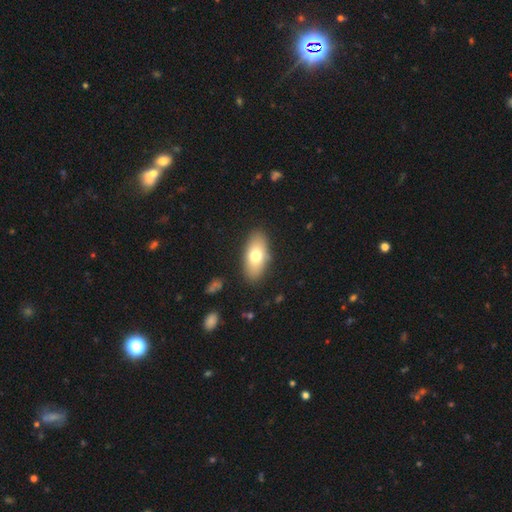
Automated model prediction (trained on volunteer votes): Morphology: type=smooth (71%); roundness=in between (88%); merging=none (87%).